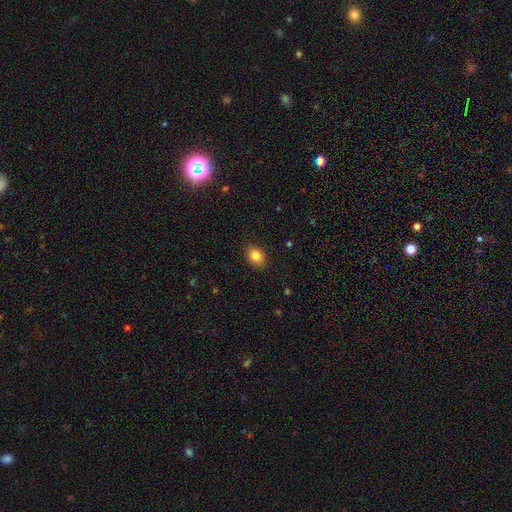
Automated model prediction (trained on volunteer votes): smooth_or_featured: smooth (p=0.85) [alt: star or artifact p=0.09]
how_rounded: in between (p=0.68) [alt: round p=0.31]
merging: none (p=0.87) [alt: minor disturbance p=0.10]